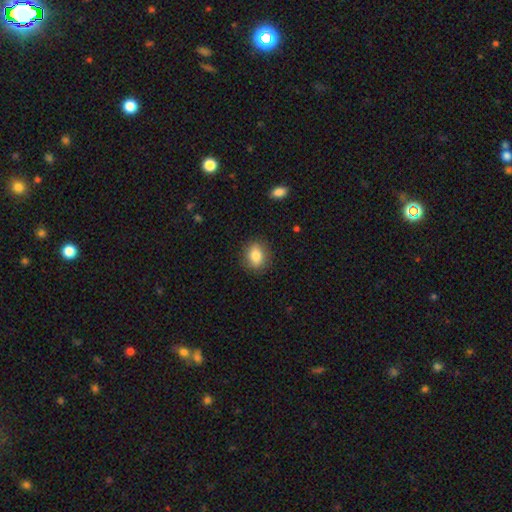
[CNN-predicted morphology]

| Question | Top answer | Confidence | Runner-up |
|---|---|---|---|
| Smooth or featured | smooth | 84% | star or artifact (8%) |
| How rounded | in between | 60% | round (38%) |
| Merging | none | 87% | minor disturbance (10%) |